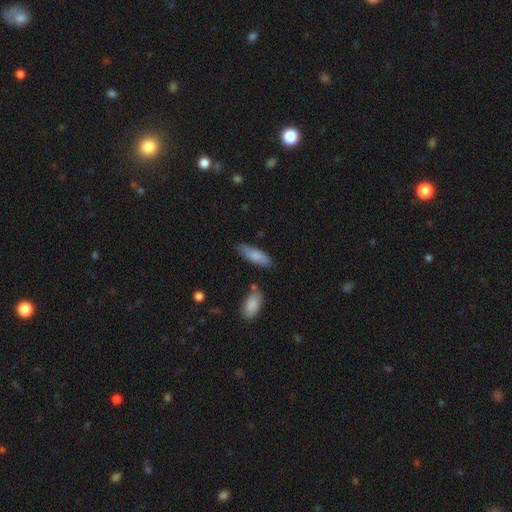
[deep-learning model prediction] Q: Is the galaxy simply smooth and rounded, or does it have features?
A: smooth — 81%.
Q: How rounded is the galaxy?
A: in between — 57%.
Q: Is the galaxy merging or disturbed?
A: none — 77%.